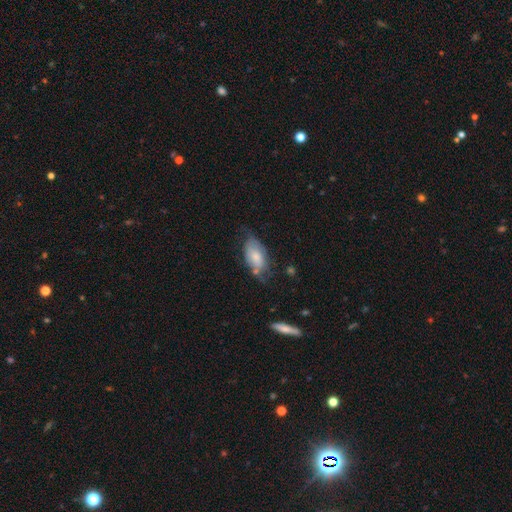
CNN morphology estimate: smooth-or-featured: smooth: 61% | featured or disk: 32% | star or artifact: 7%
  how-rounded: in between: 91% | cigar-shaped: 5% | round: 4%
  merging: none: 46% | minor disturbance: 35% | major disturbance: 13% | merger: 6%